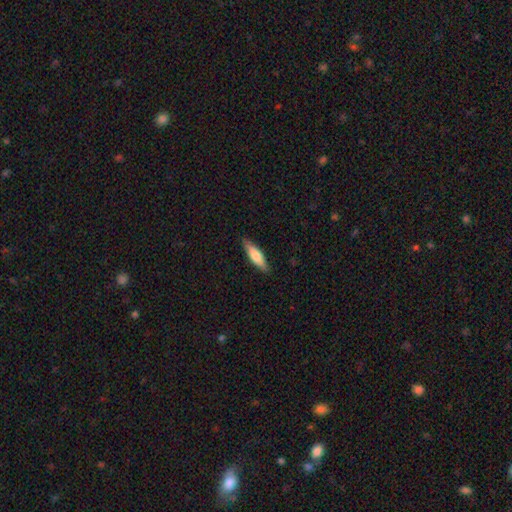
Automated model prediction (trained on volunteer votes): This is likely a smooth galaxy (67%). How rounded: likely cigar-shaped (64%). Merging: clearly none (88%).